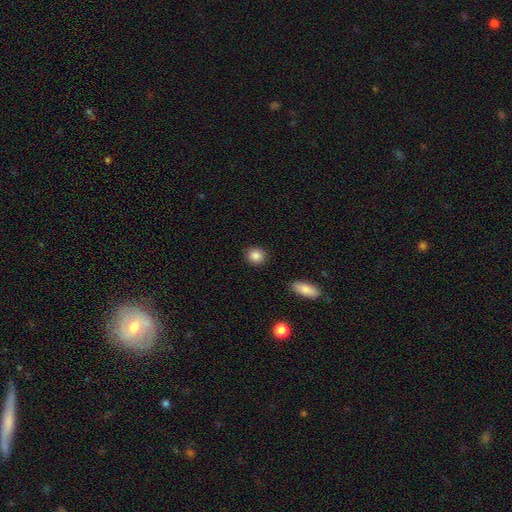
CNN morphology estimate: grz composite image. It shows a smooth galaxy with no disk features (87%) that is round (79%). Merging: none (90%).